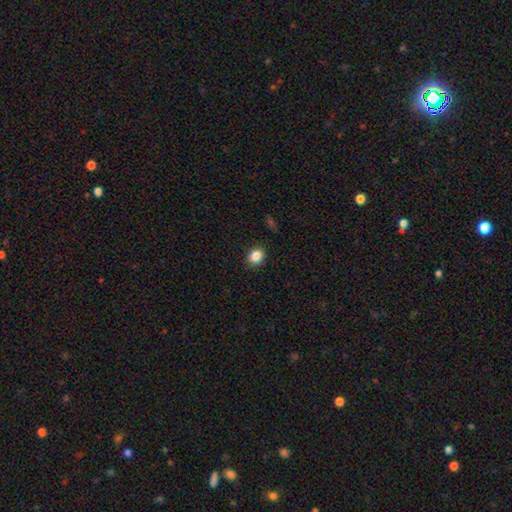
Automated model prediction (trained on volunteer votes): smooth 85%, star or artifact 10%, featured or disk 5%. Down the decision tree: how rounded — round (68%); merging — none (90%).